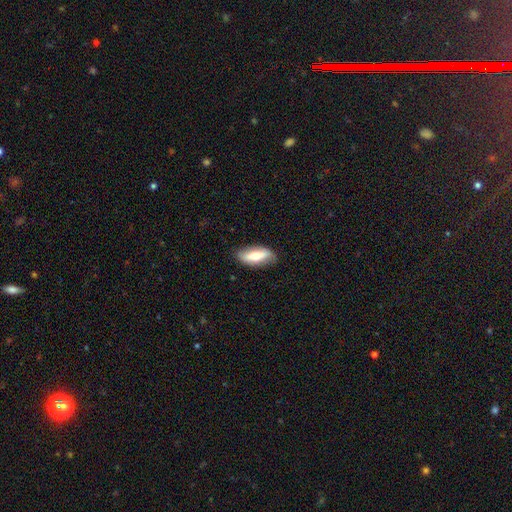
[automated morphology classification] Smooth or featured: smooth — 52% (featured or disk — 42%)
How rounded: in between — 79% (cigar-shaped — 18%)
Merging: none — 81% (minor disturbance — 15%)